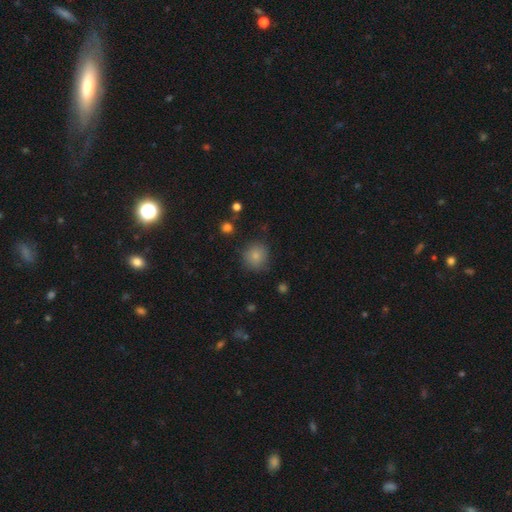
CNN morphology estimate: type=smooth (82%); roundness=round (87%); merging=none (81%).